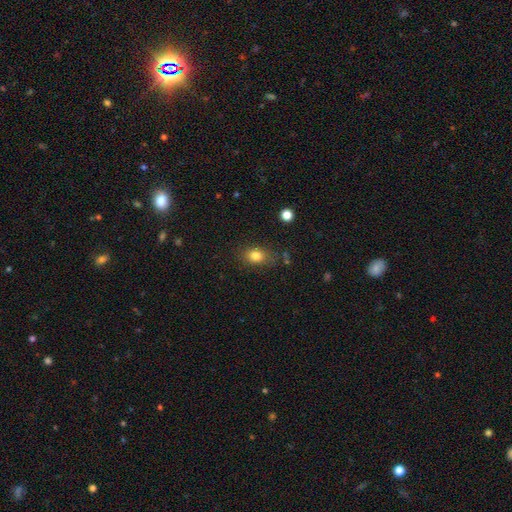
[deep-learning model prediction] This appears to be a smooth galaxy with no disk features (81%) that is in between round and cigar-shaped (62%). Merging: none (78%).